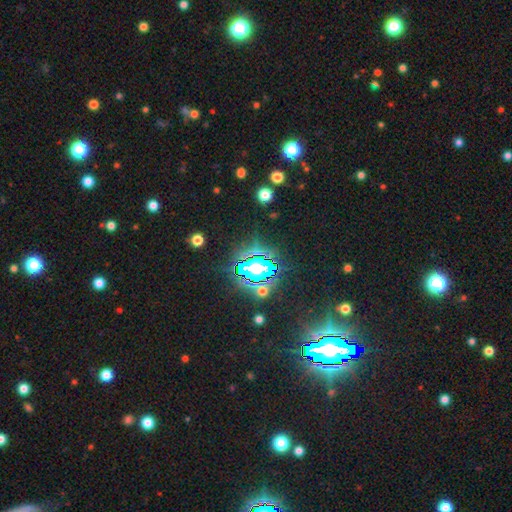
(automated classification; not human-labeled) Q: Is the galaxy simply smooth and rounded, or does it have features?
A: star or artifact — 85%.